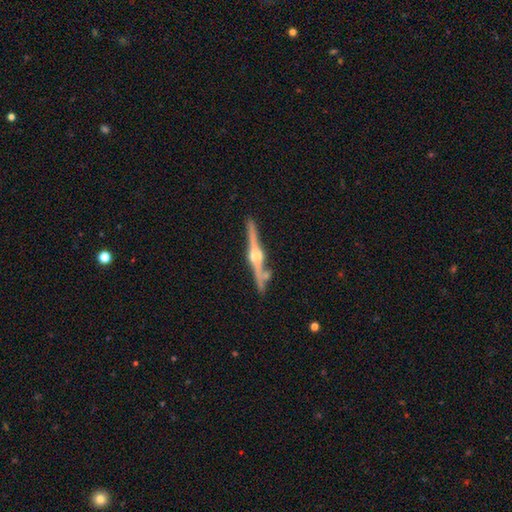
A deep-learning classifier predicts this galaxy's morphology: Overall: featured or disk (87%). Edge-on disk: yes (98%). Edge-on bulge: rounded (94%). Merging: none (79%).